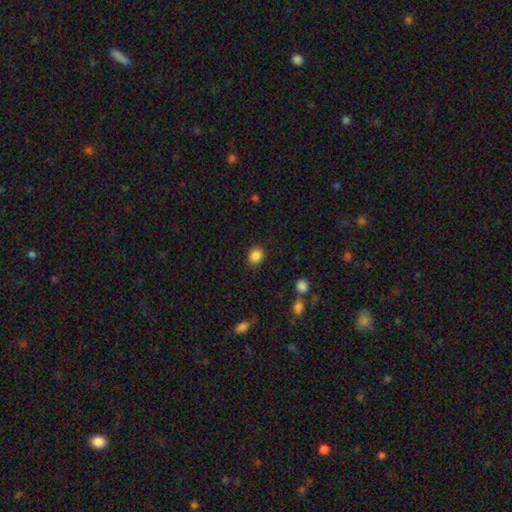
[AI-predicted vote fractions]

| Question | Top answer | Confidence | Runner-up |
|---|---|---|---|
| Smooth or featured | smooth | 87% | star or artifact (10%) |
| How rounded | round | 73% | in between (26%) |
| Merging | none | 88% | minor disturbance (8%) |